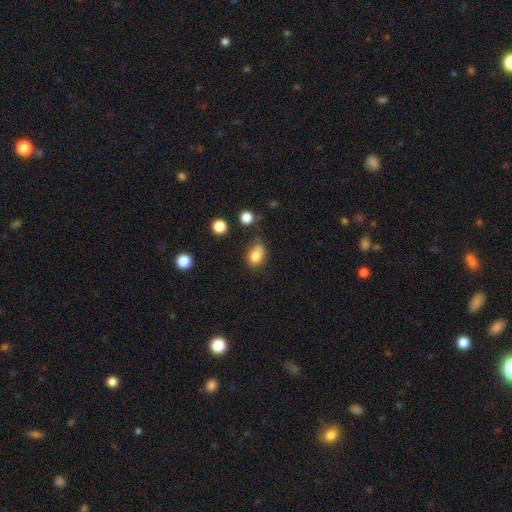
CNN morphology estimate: smooth 80%, star or artifact 11%, featured or disk 9%. Down the decision tree: how rounded — in between (66%); merging — none (53%).